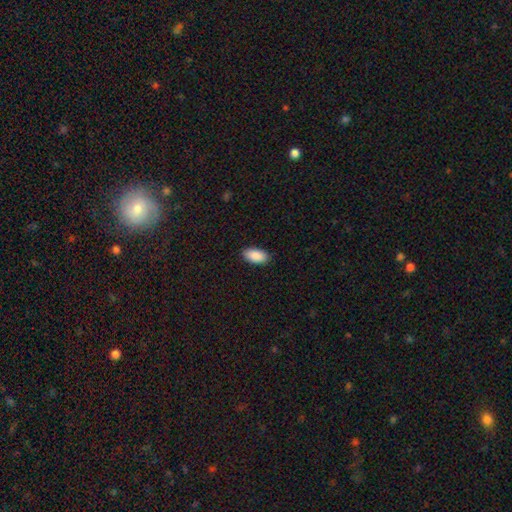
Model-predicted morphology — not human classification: smooth_or_featured: smooth (p=0.90) [alt: star or artifact p=0.06]
how_rounded: in between (p=0.95) [alt: cigar-shaped p=0.03]
merging: none (p=0.89) [alt: minor disturbance p=0.08]